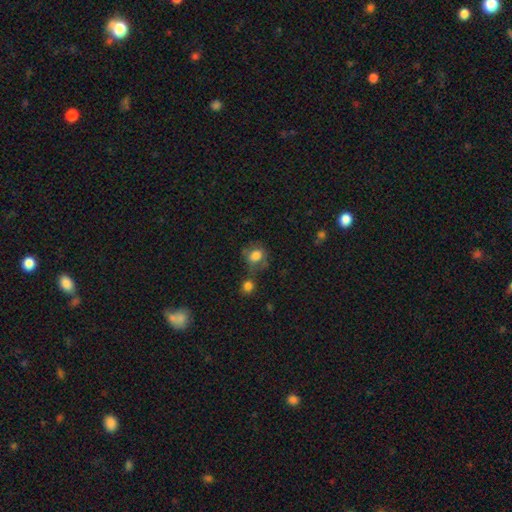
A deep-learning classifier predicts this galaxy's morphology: A smooth galaxy with no disk features (76%) that is round (49%, tied with in between).

Vote fractions:
- Smooth or featured? smooth: 76% / featured or disk: 13% / star or artifact: 11%
- How rounded? round: 49% (tied) / in between: 49% (tied) / cigar-shaped: 1%
- Merging? none: 48% / minor disturbance: 22% / merger: 18% / major disturbance: 12%